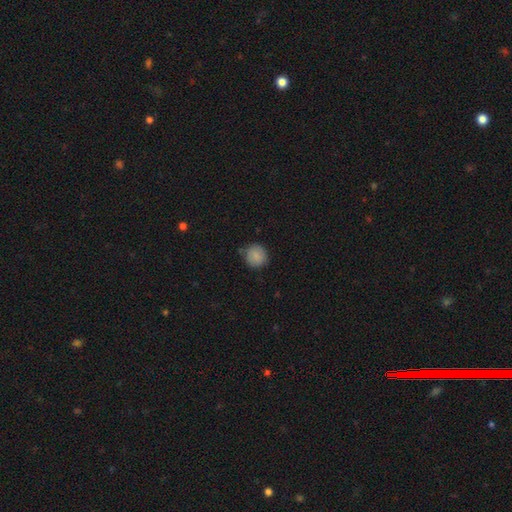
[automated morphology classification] The model was most divided on "merging": none: 78%, minor disturbance: 17%, major disturbance: 3%, merger: 2%. More confident: how rounded — round (89%); smooth or featured — smooth (86%).